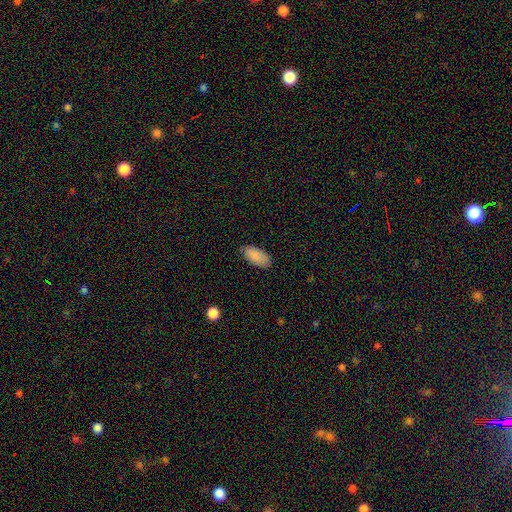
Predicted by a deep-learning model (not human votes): smooth_or_featured: smooth (p=0.88) [alt: star or artifact p=0.07]
how_rounded: in between (p=0.92) [alt: cigar-shaped p=0.06]
merging: none (p=0.83) [alt: minor disturbance p=0.14]